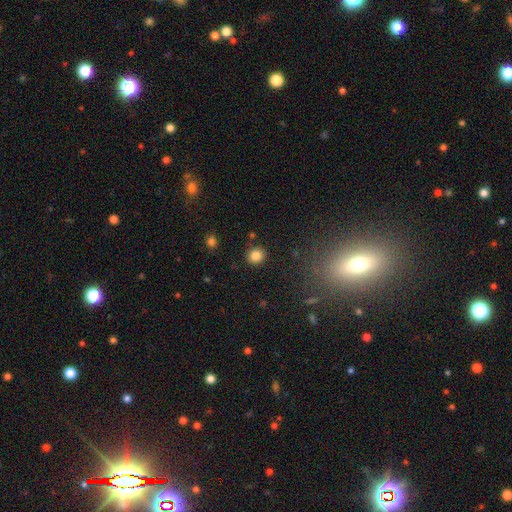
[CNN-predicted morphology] Smooth or featured? smooth (84%)
How rounded? round (86%)
Merging? none (89%)